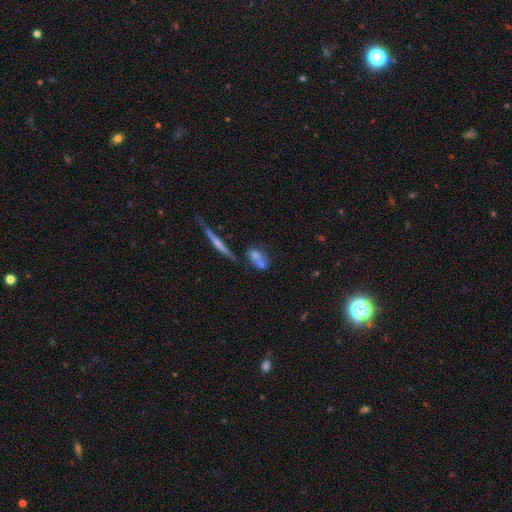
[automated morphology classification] Overall: smooth (58%; featured or disk 30%). How rounded: in between (61%). Merging: merger (49%; none 32%).